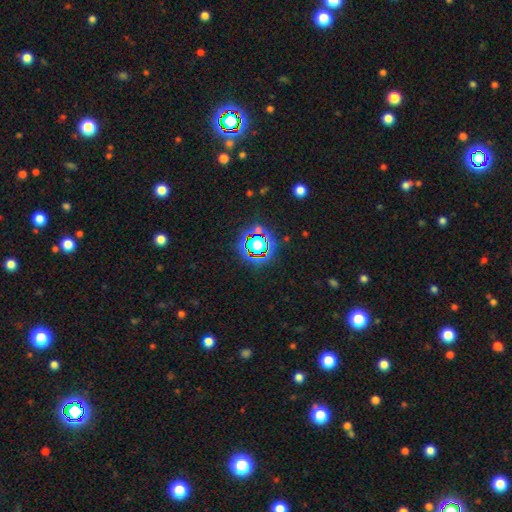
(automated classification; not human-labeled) This appears to be a star or artifact, not a galaxy (68%).